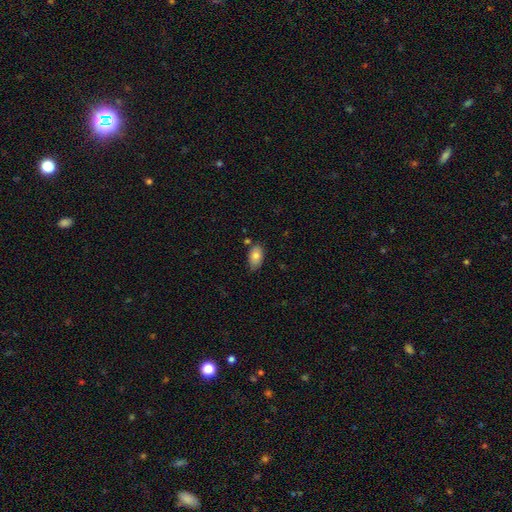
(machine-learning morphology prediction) smooth-or-featured: smooth: 81% | featured or disk: 12% | star or artifact: 7%
  how-rounded: in between: 93% | round: 5% | cigar-shaped: 2%
  merging: none: 75% | minor disturbance: 17% | merger: 5% | major disturbance: 3%